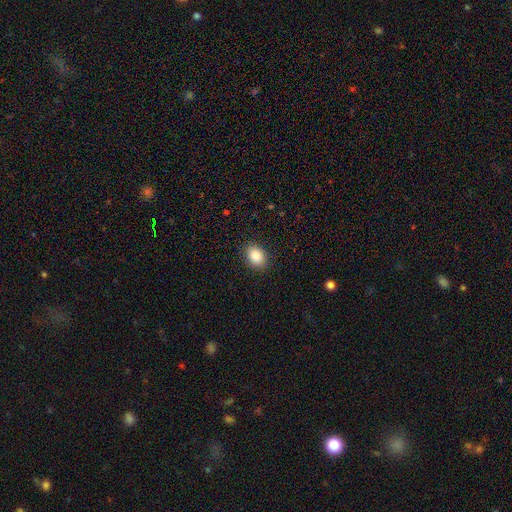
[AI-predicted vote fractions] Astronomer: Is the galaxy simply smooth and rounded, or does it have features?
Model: smooth — 86%.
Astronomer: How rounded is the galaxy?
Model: in between — 73%.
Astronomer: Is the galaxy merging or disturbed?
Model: none — 89%.